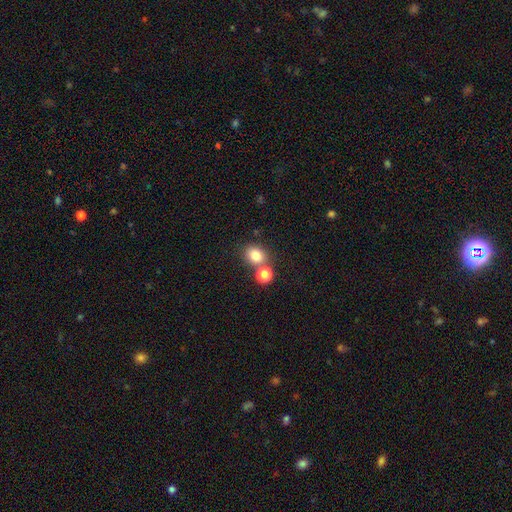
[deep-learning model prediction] smooth_or_featured: smooth (p=0.80) [alt: star or artifact p=0.13]
how_rounded: round (p=0.62) [alt: in between p=0.37]
merging: none (p=0.62) [alt: merger p=0.25]